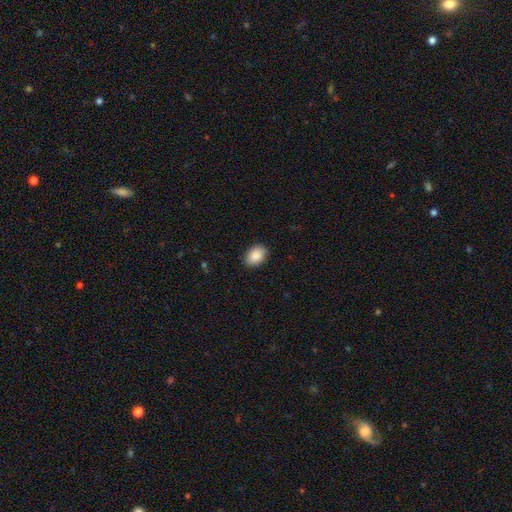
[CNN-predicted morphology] A smooth galaxy with no disk features (89%) that is in between round and cigar-shaped (83%). Merging: none (89%).